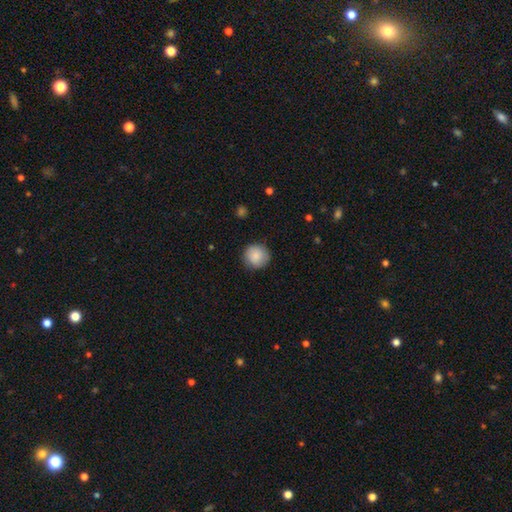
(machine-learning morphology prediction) Smooth or featured? smooth (87%)
How rounded? round (93%)
Merging? none (86%)